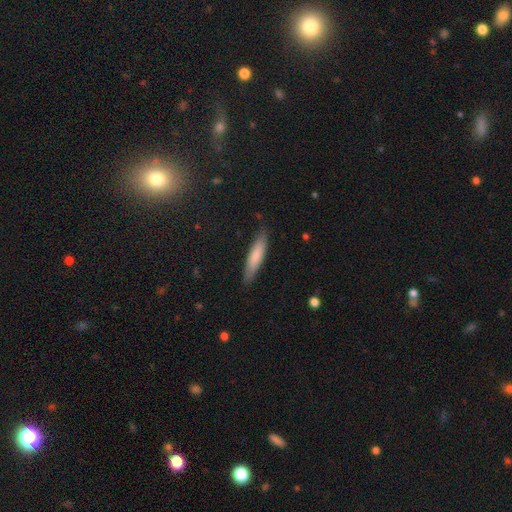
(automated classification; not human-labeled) smooth-or-featured: smooth: 76% | featured or disk: 19% | star or artifact: 6%
  how-rounded: cigar-shaped: 80% | in between: 18% | round: 1%
  merging: none: 83% | minor disturbance: 14% | major disturbance: 2% | merger: 1%